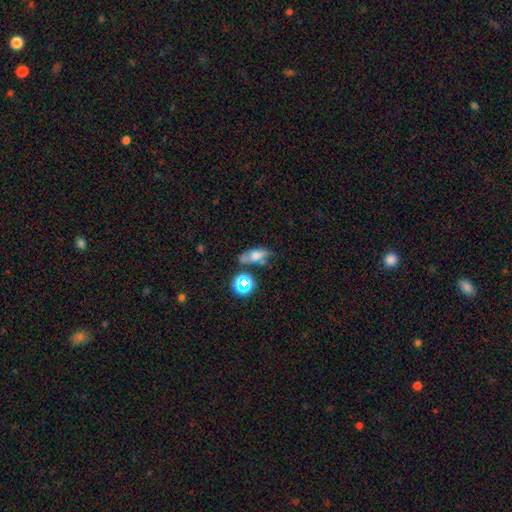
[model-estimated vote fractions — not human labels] This is possibly a smooth galaxy (57%). How rounded: likely in between (71%). Merging: possibly none (53%).